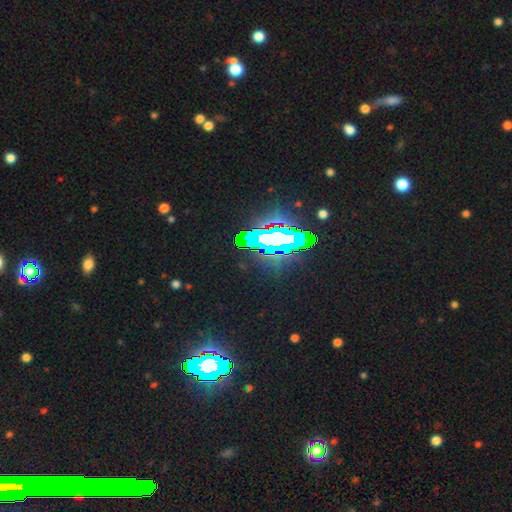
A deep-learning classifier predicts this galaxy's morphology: A star or artifact, not a galaxy (76%).